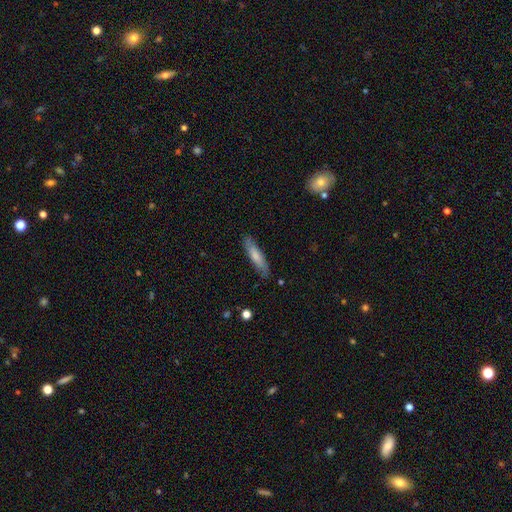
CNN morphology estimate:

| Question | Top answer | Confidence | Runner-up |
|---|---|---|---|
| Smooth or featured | smooth | 70% | featured or disk (25%) |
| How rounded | cigar-shaped | 79% | in between (19%) |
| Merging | none | 83% | minor disturbance (13%) |